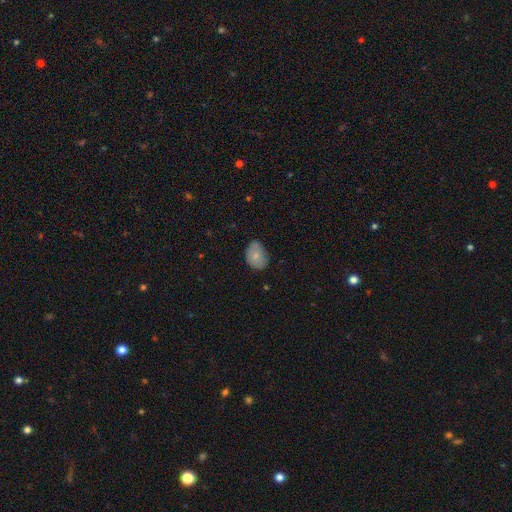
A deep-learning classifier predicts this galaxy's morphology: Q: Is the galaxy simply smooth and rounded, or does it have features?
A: smooth — 76%.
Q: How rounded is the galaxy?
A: in between — 75%.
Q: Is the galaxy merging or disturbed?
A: none — 62%.